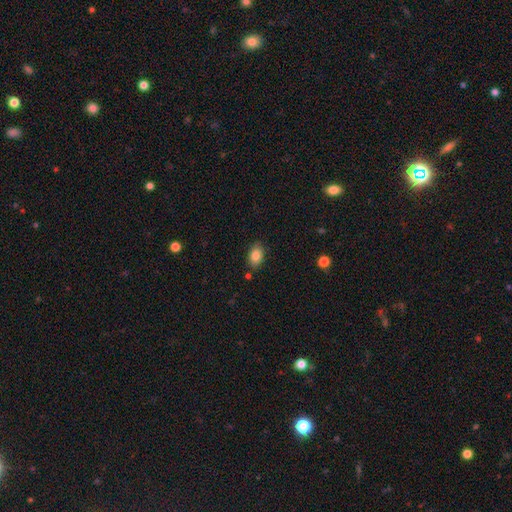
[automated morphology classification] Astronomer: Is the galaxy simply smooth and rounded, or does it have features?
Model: smooth — 84%.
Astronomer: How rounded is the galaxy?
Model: in between — 87%.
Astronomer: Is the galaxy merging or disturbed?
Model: none — 83%.